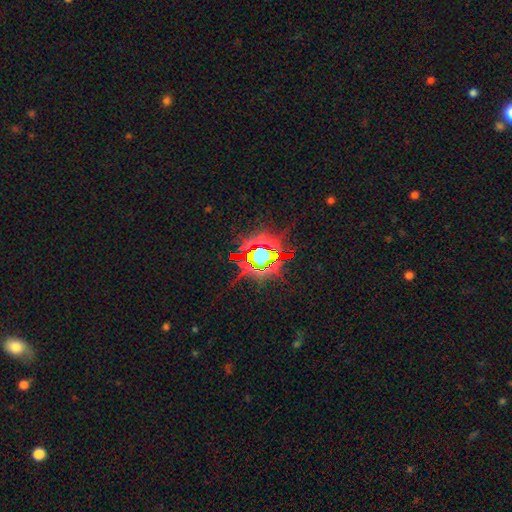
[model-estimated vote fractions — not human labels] A star or artifact, not a galaxy (84%).